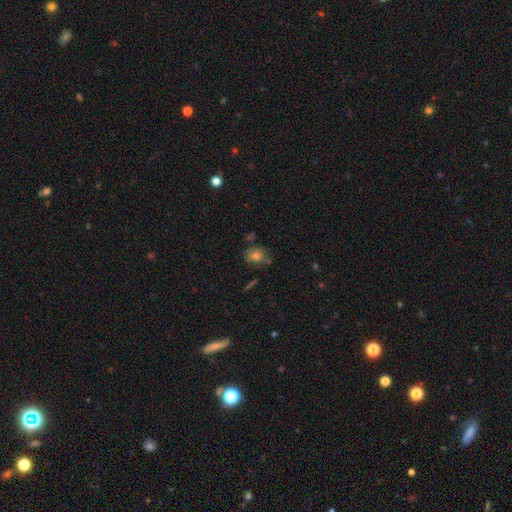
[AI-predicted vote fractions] A smooth galaxy with no disk features (70%) that is round (61%).

Vote fractions:
- Smooth or featured? smooth: 70% / star or artifact: 16% / featured or disk: 14%
- How rounded? round: 61% / in between: 37% / cigar-shaped: 2%
- Merging? none: 67% / minor disturbance: 19% / merger: 8% / major disturbance: 6%